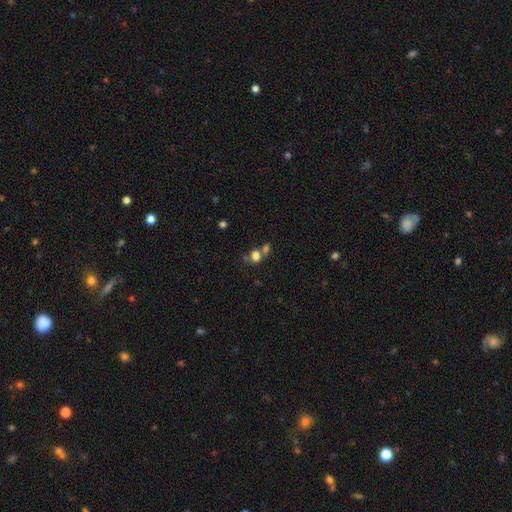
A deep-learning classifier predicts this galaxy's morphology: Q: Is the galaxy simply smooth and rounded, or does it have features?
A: smooth — 74%.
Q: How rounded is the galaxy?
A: round — 57%.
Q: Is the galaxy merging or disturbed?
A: none — 43%.